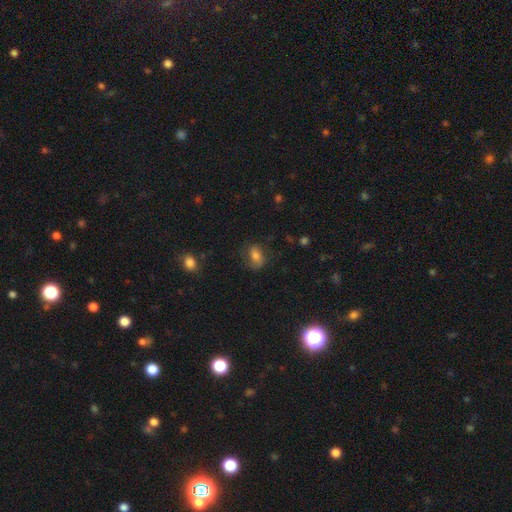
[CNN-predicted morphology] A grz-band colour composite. It shows a smooth galaxy with no disk features (63%) that is in between round and cigar-shaped (74%). Merging: none (60%).